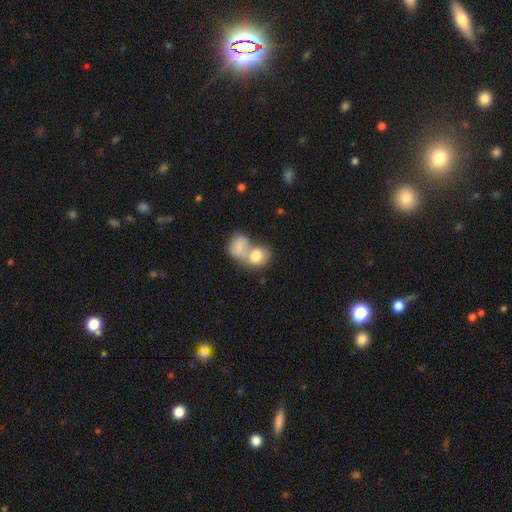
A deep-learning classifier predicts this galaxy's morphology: Smooth or featured: smooth — 77% (featured or disk — 15%)
How rounded: in between — 52% (round — 47%)
Merging: merger — 70% (none — 19%)